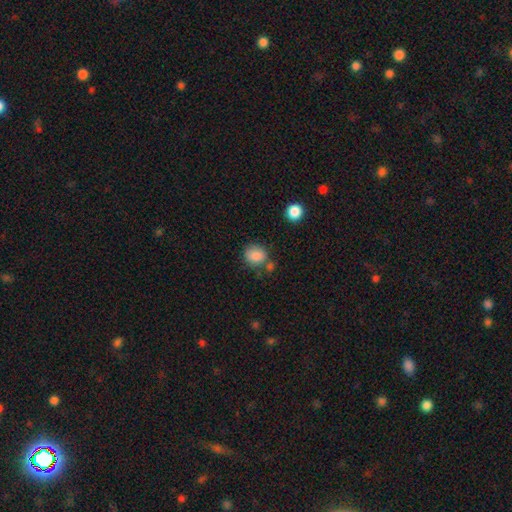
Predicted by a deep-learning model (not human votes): smooth-or-featured: smooth: 86% | star or artifact: 9% | featured or disk: 5%
  how-rounded: round: 73% | in between: 26% | cigar-shaped: 1%
  merging: none: 67% | minor disturbance: 16% | merger: 12% | major disturbance: 5%